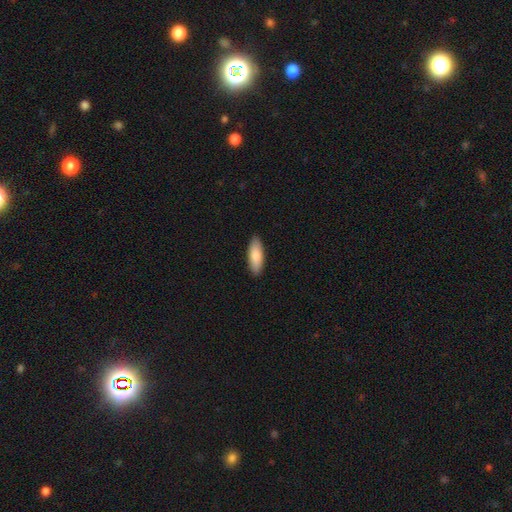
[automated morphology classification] This appears to be a smooth galaxy with no disk features (83%) that is in between round and cigar-shaped (68%). Merging: none (90%).